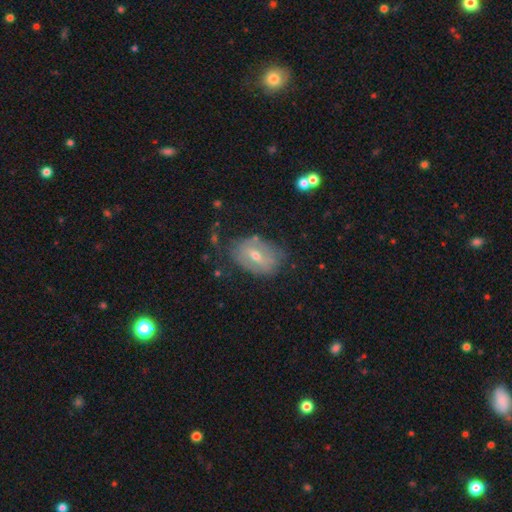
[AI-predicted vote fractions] A featured or disk galaxy (55%).

Vote fractions:
- Smooth or featured? featured or disk: 55% / smooth: 36% / star or artifact: 9%
- Edge-on disk? no: 91% / yes: 9%
- Merging? none: 67% / minor disturbance: 23% / major disturbance: 8% / merger: 2%